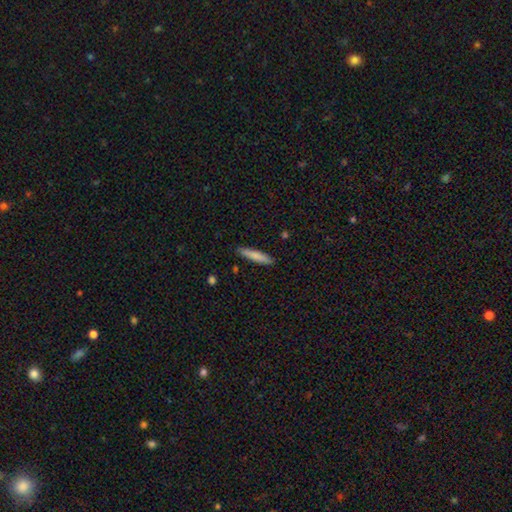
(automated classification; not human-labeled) A smooth galaxy with no disk features (77%) that is cigar-shaped (89%).

Vote fractions:
- Smooth or featured? smooth: 77% / featured or disk: 17% / star or artifact: 6%
- How rounded? cigar-shaped: 89% / in between: 10% / round: 1%
- Merging? none: 89% / minor disturbance: 8% / major disturbance: 2% / merger: 1%